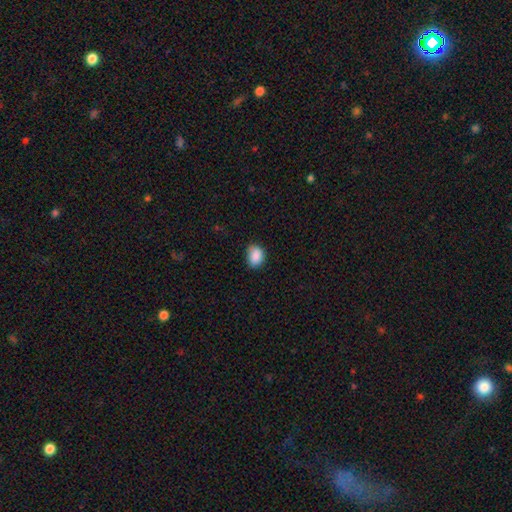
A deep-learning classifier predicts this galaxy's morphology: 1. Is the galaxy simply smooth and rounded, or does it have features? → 88% smooth, 8% star or artifact, 3% featured or disk.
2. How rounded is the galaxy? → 64% in between, 35% round, 1% cigar-shaped.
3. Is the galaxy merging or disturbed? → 76% none, 19% minor disturbance, 3% major disturbance, 1% merger.